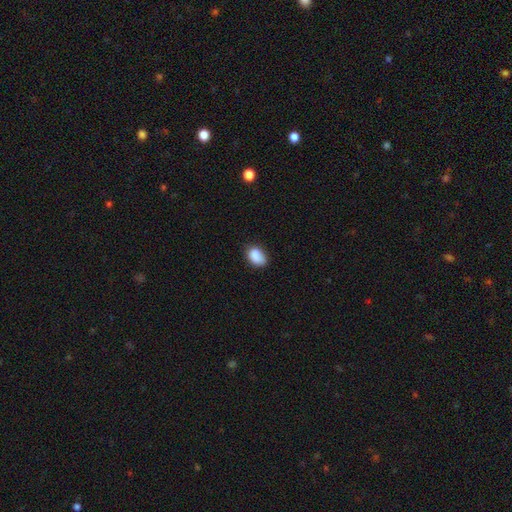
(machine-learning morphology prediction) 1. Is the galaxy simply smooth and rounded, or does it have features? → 87% smooth, 8% star or artifact, 5% featured or disk.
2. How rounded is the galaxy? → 83% in between, 16% round, 1% cigar-shaped.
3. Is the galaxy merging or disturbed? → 70% none, 24% minor disturbance, 4% major disturbance, 2% merger.